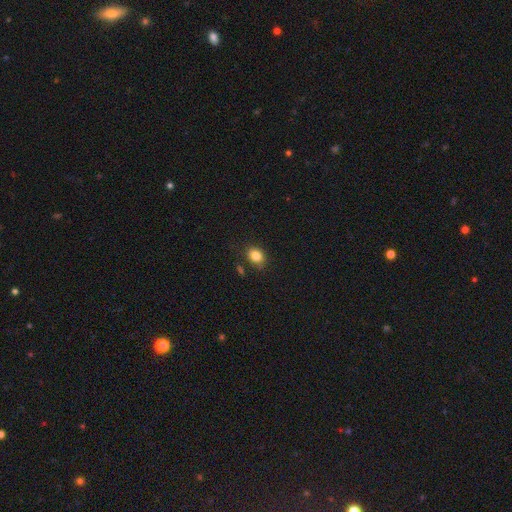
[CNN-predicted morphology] Q: Smooth or featured?
A: smooth (84%); runner-up: star or artifact (10%)
Q: How rounded?
A: in between (57%); runner-up: round (42%)
Q: Merging?
A: none (79%); runner-up: minor disturbance (14%)